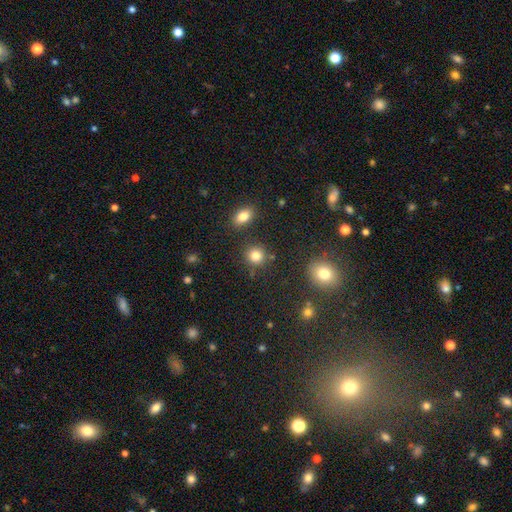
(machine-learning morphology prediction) This appears to be a smooth galaxy with no disk features (83%) that is round (87%). Merging: none (83%).